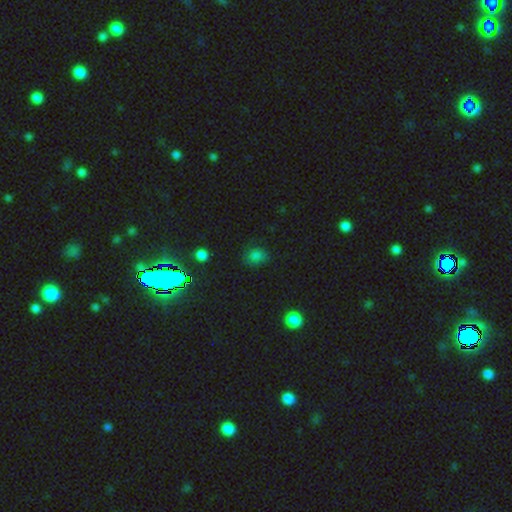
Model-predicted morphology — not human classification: smooth-or-featured: smooth: 73% | star or artifact: 20% | featured or disk: 6%
  how-rounded: in between: 52% | round: 47% | cigar-shaped: 1%
  merging: none: 74% | minor disturbance: 19% | major disturbance: 5% | merger: 2%